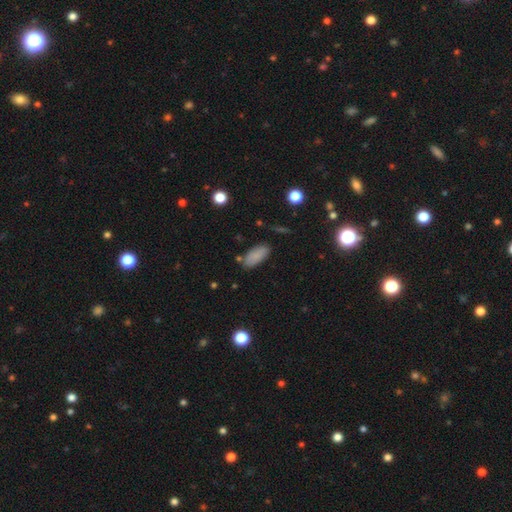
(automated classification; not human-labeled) Smooth or featured: smooth — 85% (featured or disk — 8%)
How rounded: in between — 88% (cigar-shaped — 10%)
Merging: none — 78% (minor disturbance — 15%)